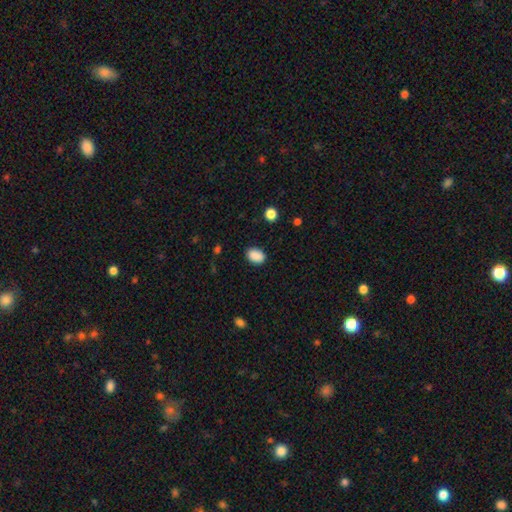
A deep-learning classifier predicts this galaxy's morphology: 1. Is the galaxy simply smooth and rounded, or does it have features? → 90% smooth, 8% star or artifact, 2% featured or disk.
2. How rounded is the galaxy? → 84% in between, 15% round, 1% cigar-shaped.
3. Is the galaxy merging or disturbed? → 87% none, 9% minor disturbance, 2% major disturbance, 1% merger.